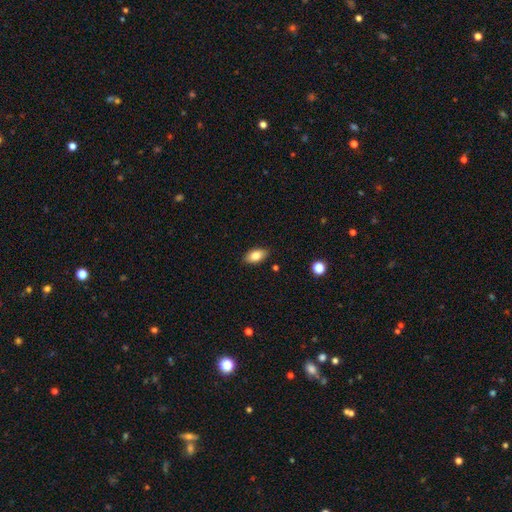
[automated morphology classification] Overall: smooth (81%). How rounded: in between (91%). Merging: none (87%).